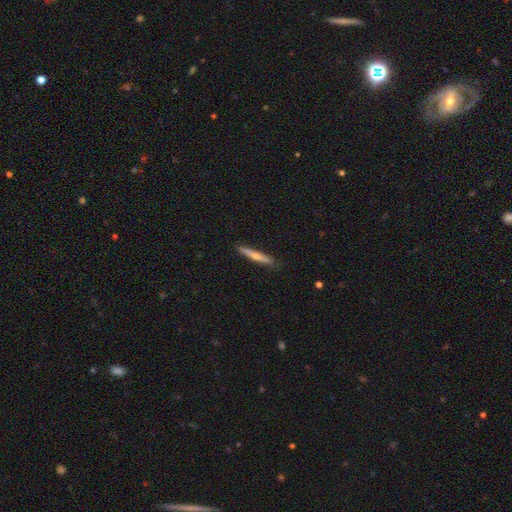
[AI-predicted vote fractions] Morphology: type=smooth (51%); roundness=cigar-shaped (94%); merging=none (89%).